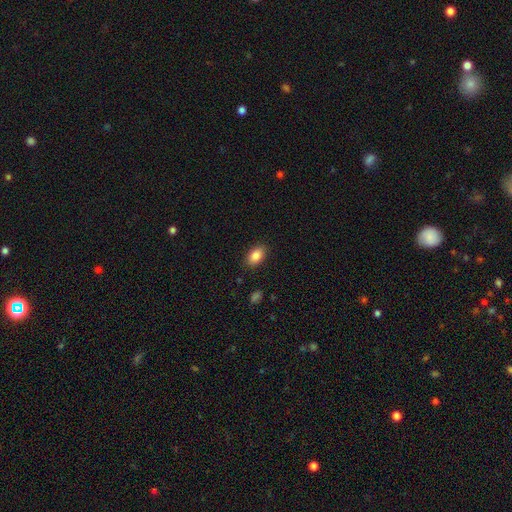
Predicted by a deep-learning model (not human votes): Q: Smooth or featured?
A: smooth (87%); runner-up: star or artifact (8%)
Q: How rounded?
A: in between (90%); runner-up: round (8%)
Q: Merging?
A: none (87%); runner-up: minor disturbance (9%)